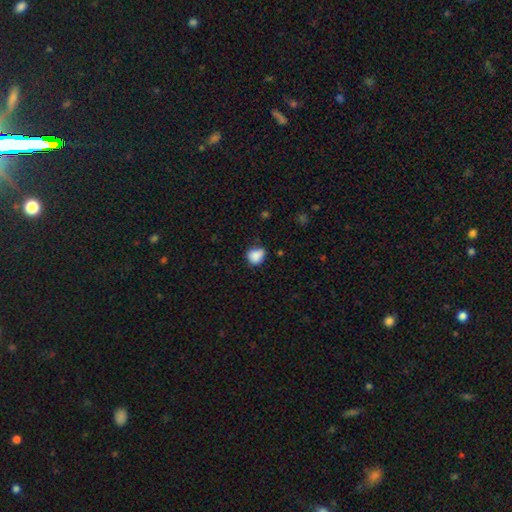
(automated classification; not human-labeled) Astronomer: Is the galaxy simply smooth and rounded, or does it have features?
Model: smooth — 86%.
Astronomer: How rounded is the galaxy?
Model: round — 61% (runner-up: in between, 38%).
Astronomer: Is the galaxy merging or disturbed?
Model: none — 56% (runner-up: minor disturbance, 34%).